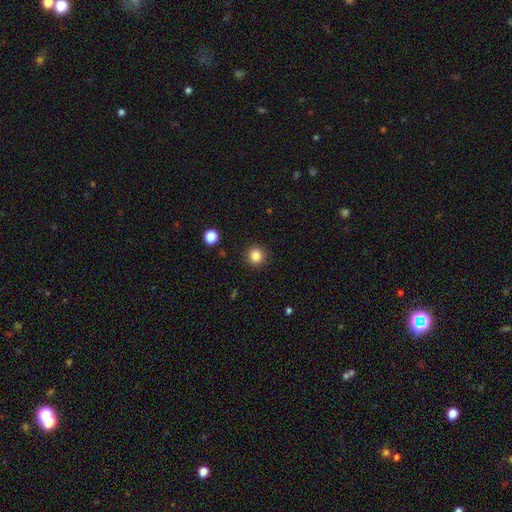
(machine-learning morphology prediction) smooth-or-featured: smooth: 84% | star or artifact: 11% | featured or disk: 4%
  how-rounded: round: 94% | in between: 5% | cigar-shaped: 1%
  merging: none: 92% | minor disturbance: 5% | major disturbance: 2% | merger: 1%